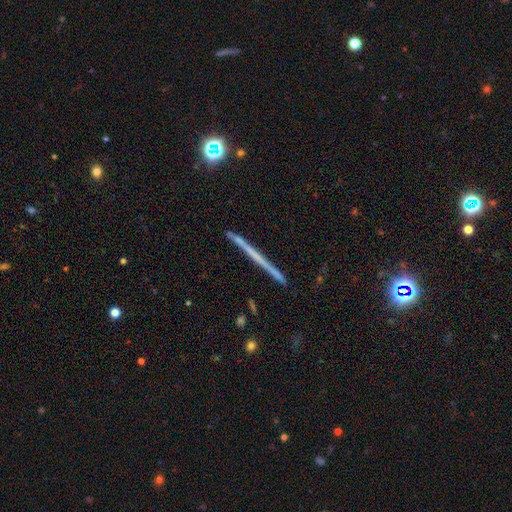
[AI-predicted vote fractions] smooth_or_featured: featured or disk (p=0.59) [alt: smooth p=0.34]
disk_edge_on: yes (p=0.98) [alt: no p=0.02]
edge_on_bulge: none (p=0.91) [alt: rounded p=0.06]
merging: none (p=0.91) [alt: minor disturbance p=0.06]